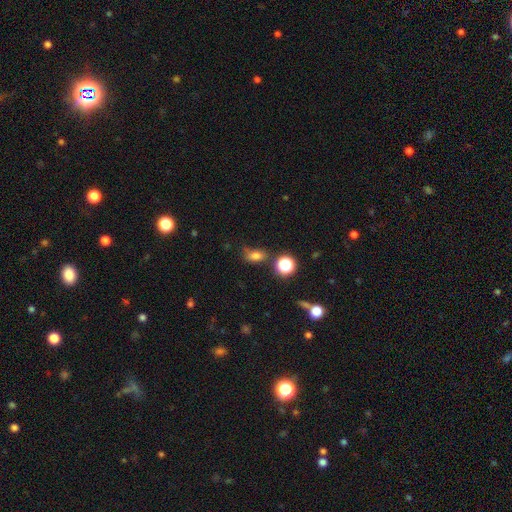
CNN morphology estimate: Overall: smooth (75%). How rounded: in between (72%). Merging: none (62%; minor disturbance 24%).